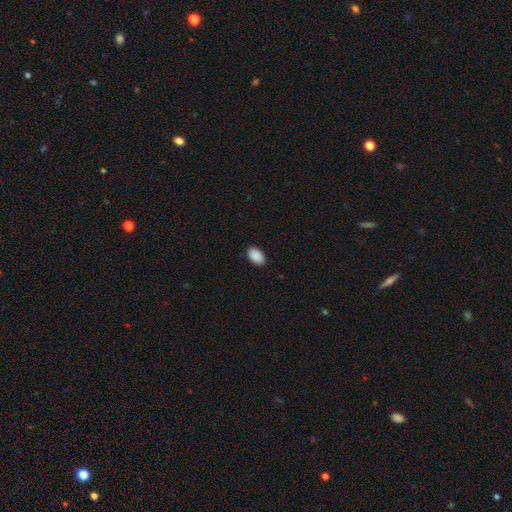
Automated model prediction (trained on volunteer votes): The model was most divided on "merging": none: 89%, minor disturbance: 8%, major disturbance: 2%, merger: 1%. More confident: how rounded — in between (93%); smooth or featured — smooth (91%).